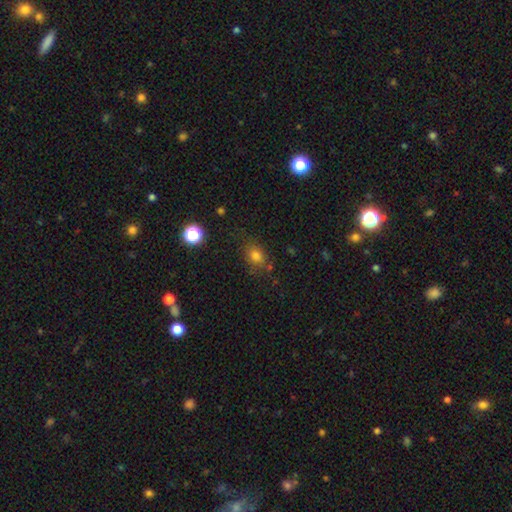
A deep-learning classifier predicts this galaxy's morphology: smooth 76%, star or artifact 16%, featured or disk 8%. Down the decision tree: how rounded — round (52%); merging — none (75%).